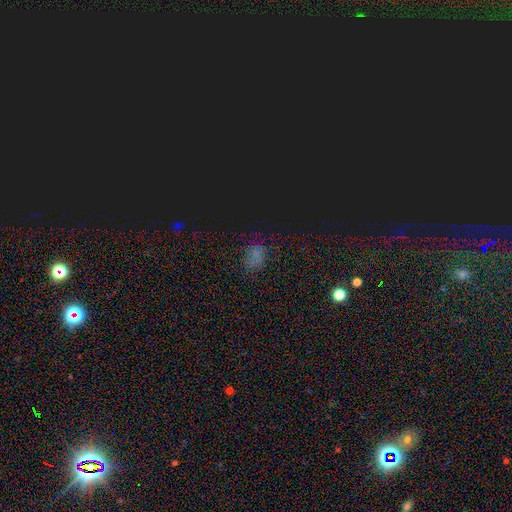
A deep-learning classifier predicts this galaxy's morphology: type=smooth (49%); merging=none (70%).